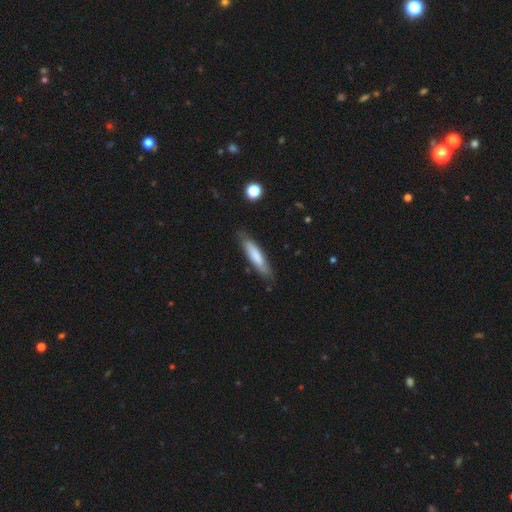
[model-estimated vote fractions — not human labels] This is likely a smooth galaxy (75%). How rounded: likely cigar-shaped (78%). Merging: likely none (80%).